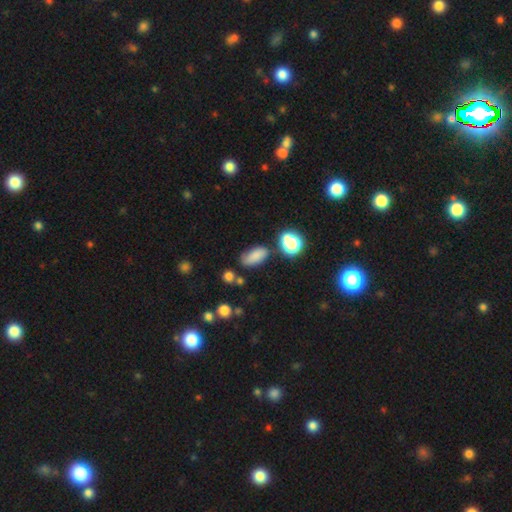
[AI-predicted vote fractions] Smooth or featured: smooth — 77% (star or artifact — 14%)
How rounded: in between — 83% (cigar-shaped — 9%)
Merging: none — 65% (minor disturbance — 21%)